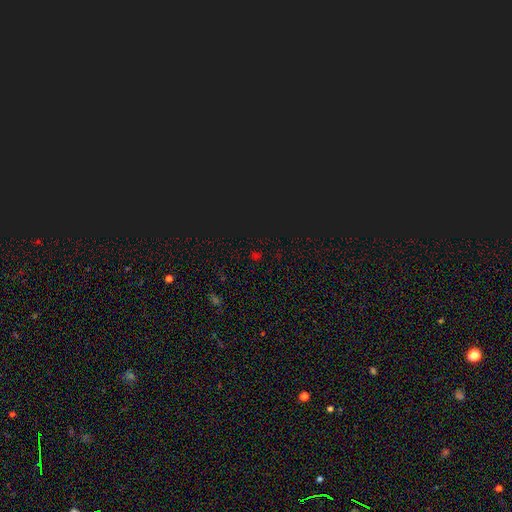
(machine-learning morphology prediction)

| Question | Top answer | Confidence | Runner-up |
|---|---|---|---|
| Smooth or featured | star or artifact | 67% | smooth (26%) |